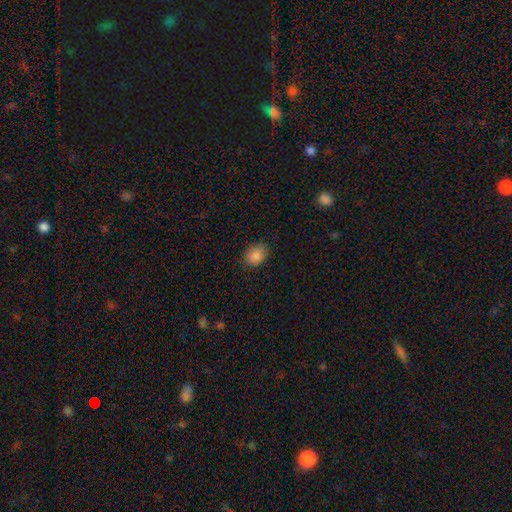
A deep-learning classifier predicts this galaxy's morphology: A smooth galaxy with no disk features (86%) that is in between round and cigar-shaped (55%). Merging: none (81%).